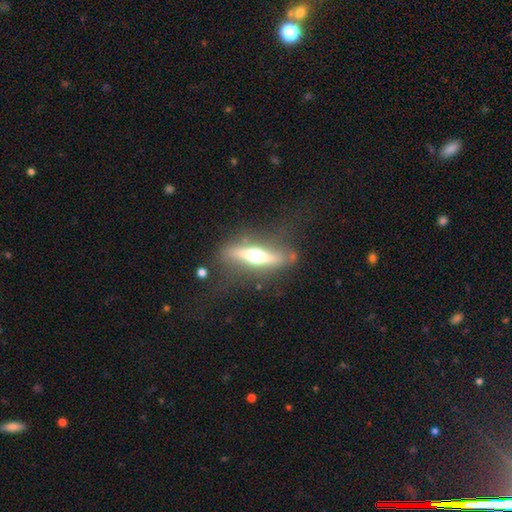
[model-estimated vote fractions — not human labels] Smooth or featured? featured or disk (70%)
Edge-on disk? yes (88%)
Edge-on bulge? rounded (94%)
Merging? none (76%)